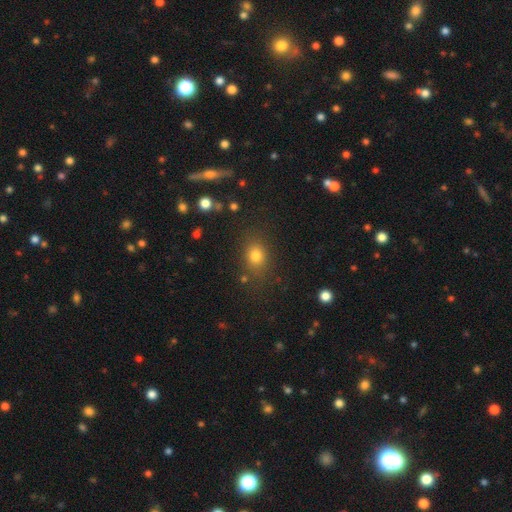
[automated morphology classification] type=smooth (78%); roundness=in between (49%, tied with round); merging=none (81%).